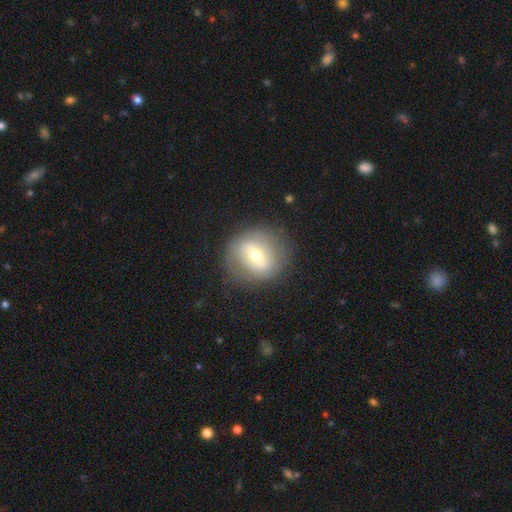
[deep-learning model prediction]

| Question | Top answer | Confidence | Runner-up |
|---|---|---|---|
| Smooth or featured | featured or disk | 54% | smooth (38%) |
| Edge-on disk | no | 90% | yes (10%) |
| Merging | none | 80% | minor disturbance (13%) |